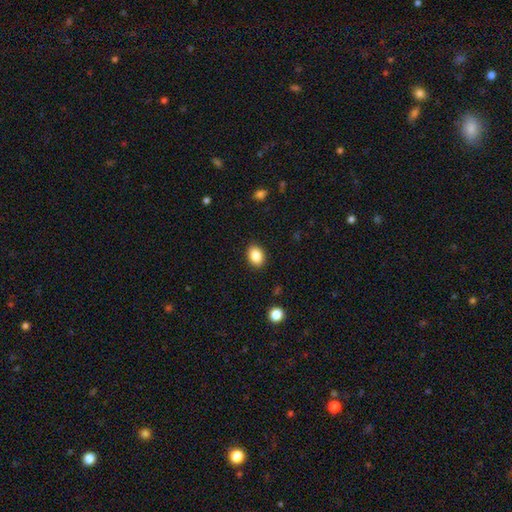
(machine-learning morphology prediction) smooth 87%, star or artifact 8%, featured or disk 5%. Down the decision tree: how rounded — in between (76%); merging — none (89%).